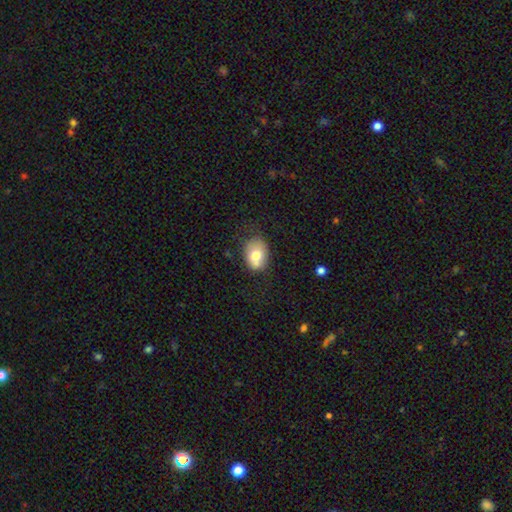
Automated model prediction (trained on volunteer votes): Smooth or featured: smooth — 71% (featured or disk — 20%)
How rounded: in between — 63% (round — 36%)
Merging: none — 57% (minor disturbance — 24%)